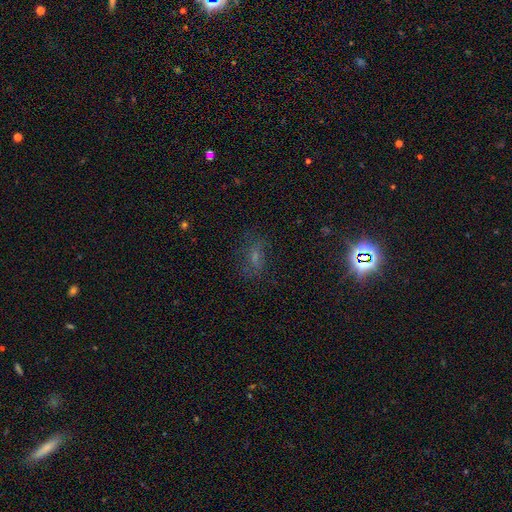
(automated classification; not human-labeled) Smooth or featured?
  - star or artifact: 39% *
  - smooth: 36%
  - featured or disk: 26%